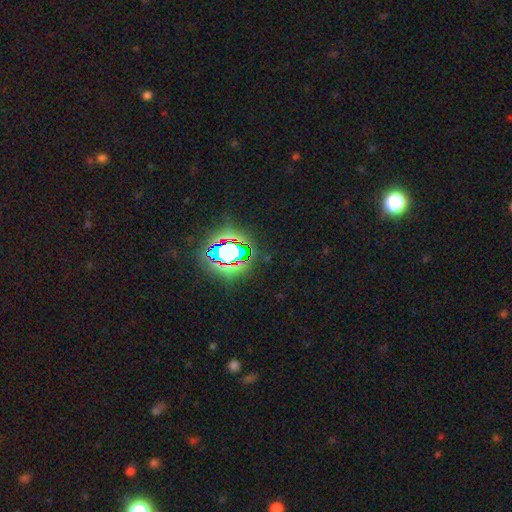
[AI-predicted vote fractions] smooth_or_featured: star or artifact (p=0.77) [alt: smooth p=0.13]